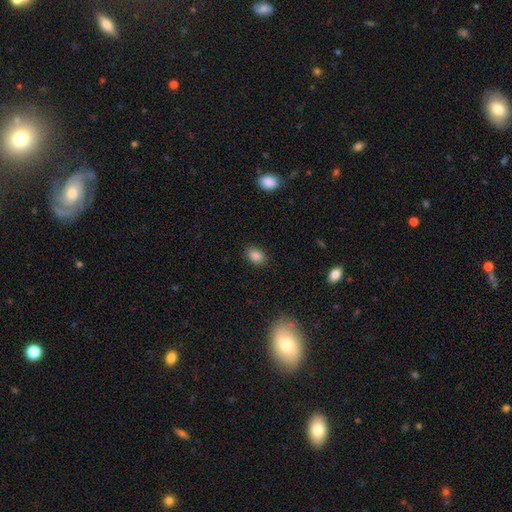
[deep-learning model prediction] smooth_or_featured: smooth (p=0.86) [alt: star or artifact p=0.10]
how_rounded: in between (p=0.76) [alt: round p=0.23]
merging: none (p=0.86) [alt: minor disturbance p=0.10]